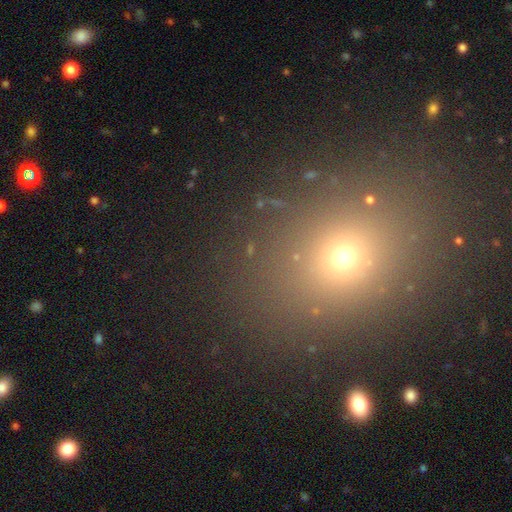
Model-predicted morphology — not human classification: Overall: smooth (59%; star or artifact 32%). How rounded: round (58%; in between 41%). Merging: none (86%).